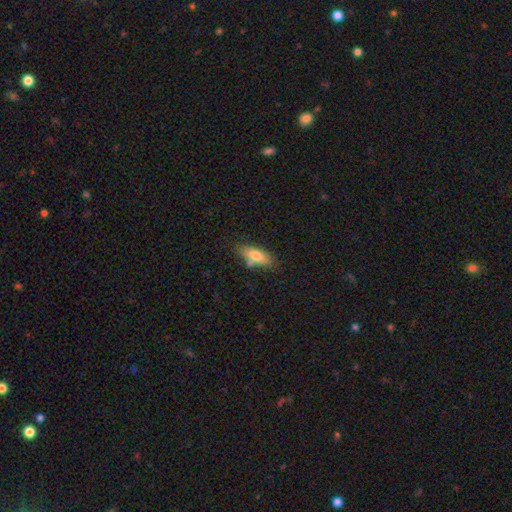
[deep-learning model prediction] Morphology: type=smooth (74%); roundness=in between (63%); merging=none (69%).